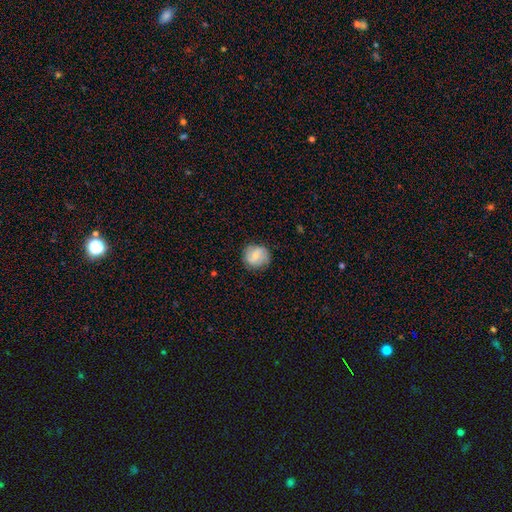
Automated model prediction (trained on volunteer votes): This appears to be a smooth galaxy with no disk features (64%) that is round (84%). Merging: none (79%).